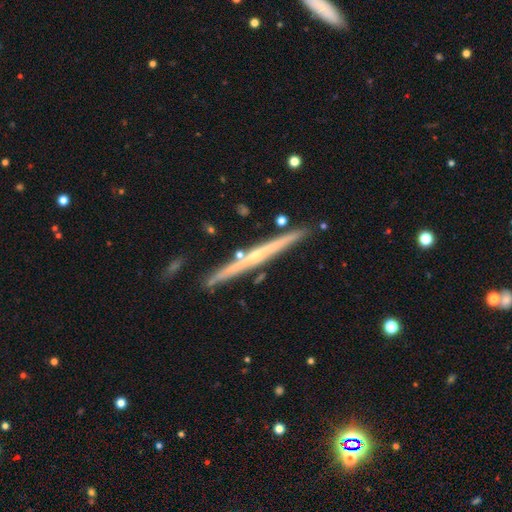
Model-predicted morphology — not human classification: Smooth or featured: featured or disk — 73% (smooth — 21%)
Edge-on disk: yes — 98% (no — 2%)
Edge-on bulge: none — 51% (rounded — 45%)
Merging: none — 88% (minor disturbance — 8%)